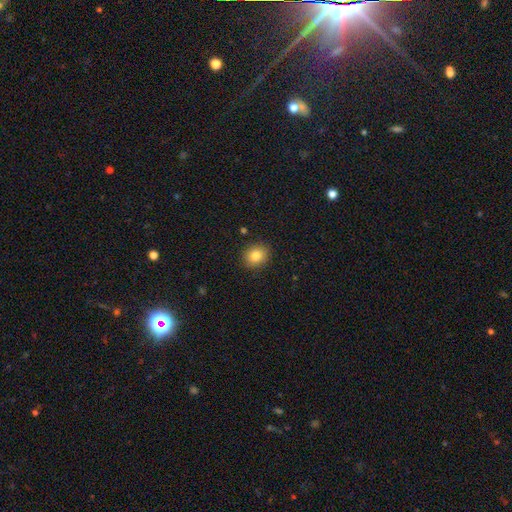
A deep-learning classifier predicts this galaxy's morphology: Smooth or featured: smooth — 83% (star or artifact — 10%)
How rounded: round — 69% (in between — 30%)
Merging: none — 89% (minor disturbance — 7%)